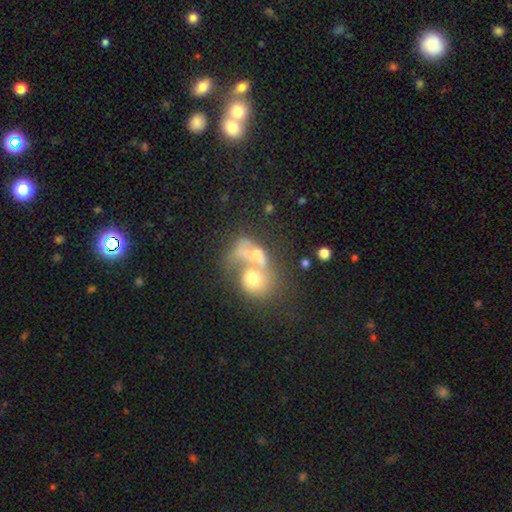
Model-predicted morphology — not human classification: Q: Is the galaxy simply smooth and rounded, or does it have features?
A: smooth — 46%.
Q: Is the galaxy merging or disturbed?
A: merger — 75%.